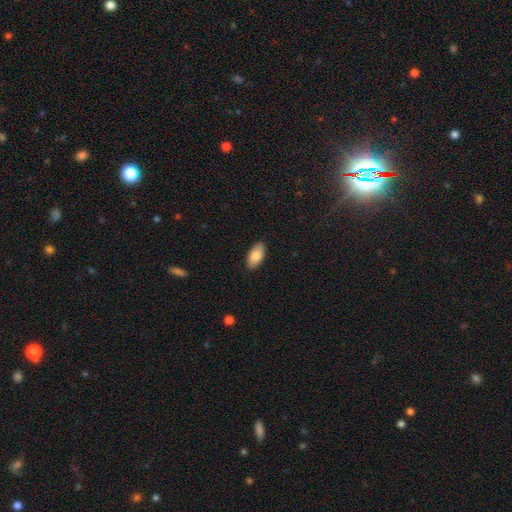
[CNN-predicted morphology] Smooth or featured: smooth — 87% (featured or disk — 7%)
How rounded: in between — 94% (cigar-shaped — 3%)
Merging: none — 88% (minor disturbance — 9%)